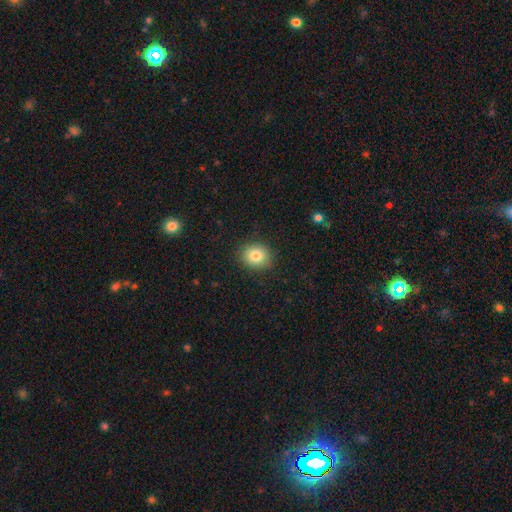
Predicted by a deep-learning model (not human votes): This appears to be a smooth galaxy with no disk features (82%) that is round (68%). Merging: none (88%).